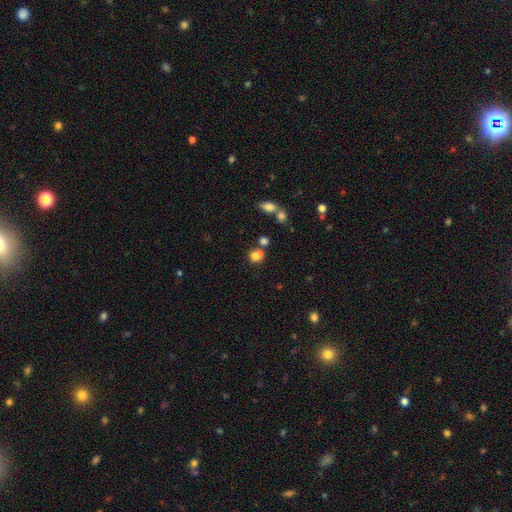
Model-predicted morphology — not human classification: Smooth or featured? Predicted: smooth (p=0.80). How rounded? Predicted: round (p=0.81). Merging? Predicted: none (p=0.57).